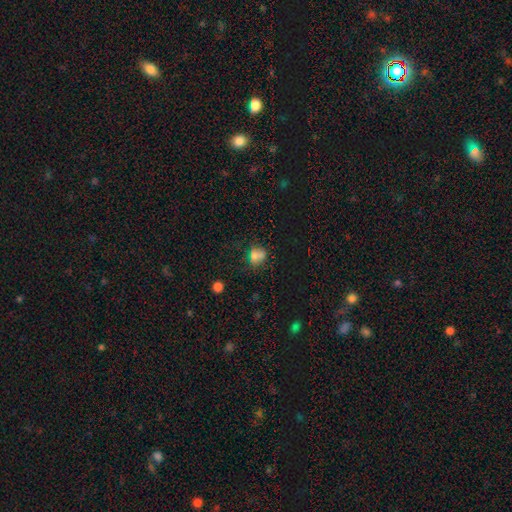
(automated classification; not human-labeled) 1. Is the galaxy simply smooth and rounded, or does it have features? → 67% smooth, 23% star or artifact, 10% featured or disk.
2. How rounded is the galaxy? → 56% round, 42% in between, 2% cigar-shaped.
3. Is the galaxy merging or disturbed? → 58% none, 22% minor disturbance, 11% major disturbance, 9% merger.